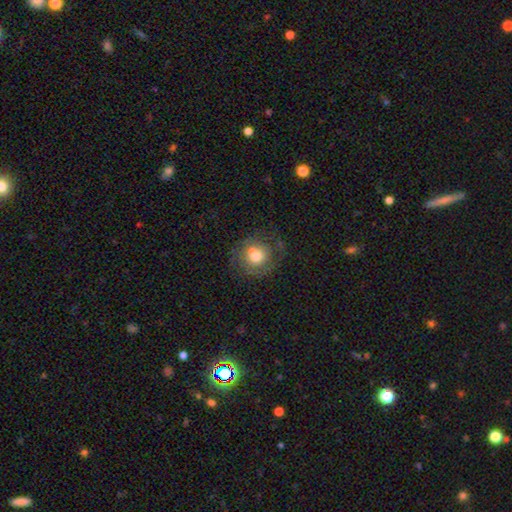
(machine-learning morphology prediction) Smooth or featured?
  - smooth: 62% *
  - featured or disk: 28%
  - star or artifact: 10%
How rounded?
  - round: 88% *
  - in between: 11%
  - cigar-shaped: 1%
Merging?
  - none: 63% *
  - minor disturbance: 20%
  - major disturbance: 15%
  - merger: 3%